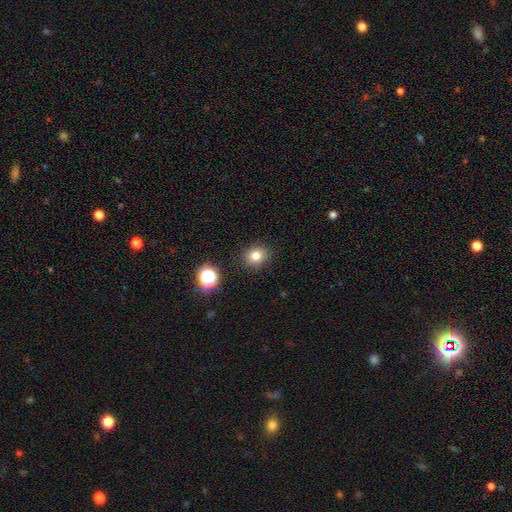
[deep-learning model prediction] Smooth or featured?
  - smooth: 79% *
  - star or artifact: 14%
  - featured or disk: 7%
How rounded?
  - round: 74% *
  - in between: 25%
  - cigar-shaped: 1%
Merging?
  - none: 88% *
  - minor disturbance: 8%
  - major disturbance: 2%
  - merger: 2%